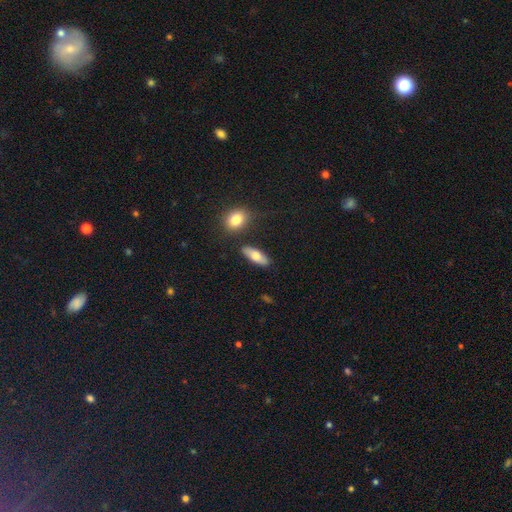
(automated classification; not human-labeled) Morphology: type=smooth (75%); roundness=in between (65%); merging=none (81%).